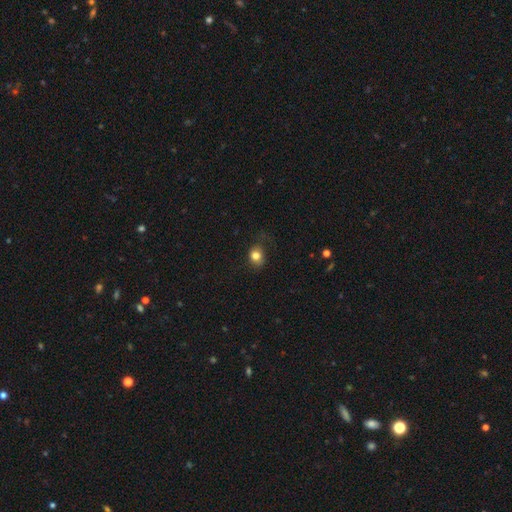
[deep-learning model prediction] smooth_or_featured: smooth (p=0.82) [alt: star or artifact p=0.11]
how_rounded: round (p=0.59) [alt: in between p=0.40]
merging: none (p=0.72) [alt: minor disturbance p=0.19]